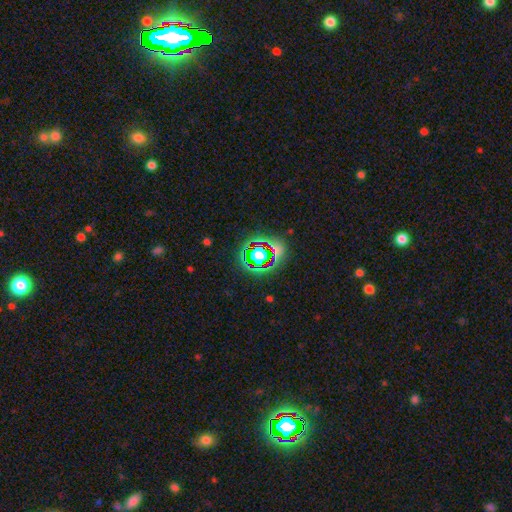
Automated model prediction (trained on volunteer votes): Smooth or featured?
  - star or artifact: 56% *
  - smooth: 29%
  - featured or disk: 15%